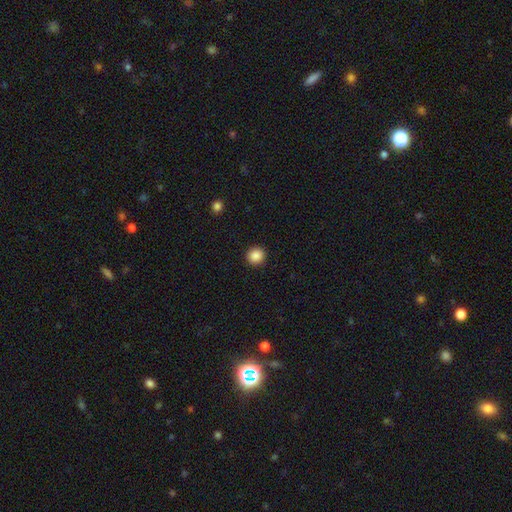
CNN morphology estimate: This appears to be a smooth galaxy with no disk features (88%) that is round (92%). Merging: none (92%).